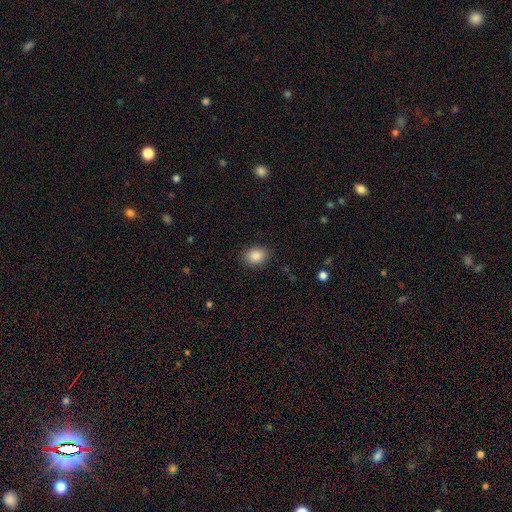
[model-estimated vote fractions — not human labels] smooth 87%, star or artifact 8%, featured or disk 4%. Down the decision tree: how rounded — in between (63%); merging — none (87%).